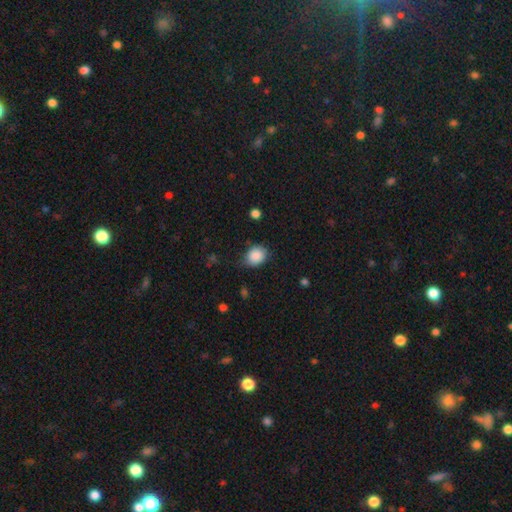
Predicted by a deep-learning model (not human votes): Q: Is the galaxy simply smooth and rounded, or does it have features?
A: smooth — 87%.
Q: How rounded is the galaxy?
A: round — 56%.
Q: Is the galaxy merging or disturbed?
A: none — 65%.